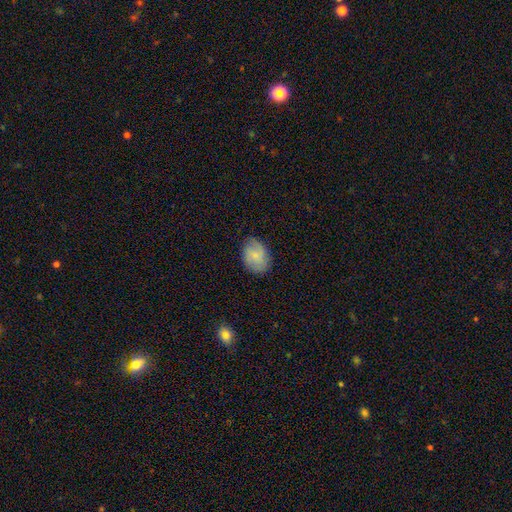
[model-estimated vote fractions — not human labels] smooth_or_featured: smooth (p=0.75) [alt: featured or disk p=0.18]
how_rounded: in between (p=0.70) [alt: round p=0.29]
merging: none (p=0.73) [alt: minor disturbance p=0.21]